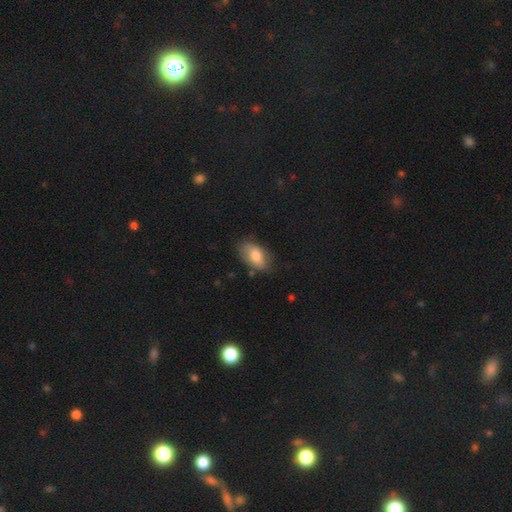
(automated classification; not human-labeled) Smooth or featured?
  - smooth: 76% *
  - featured or disk: 18%
  - star or artifact: 7%
How rounded?
  - in between: 92% *
  - round: 6%
  - cigar-shaped: 2%
Merging?
  - none: 66% *
  - minor disturbance: 25%
  - major disturbance: 6%
  - merger: 2%